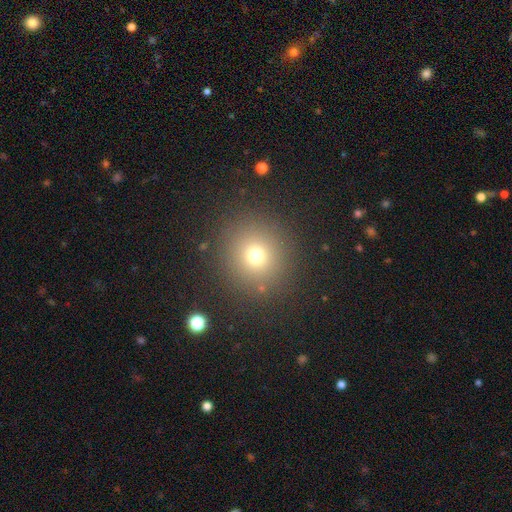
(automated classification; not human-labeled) Smooth or featured? Predicted: smooth (p=0.71). How rounded? Predicted: round (p=0.92). Merging? Predicted: none (p=0.88).